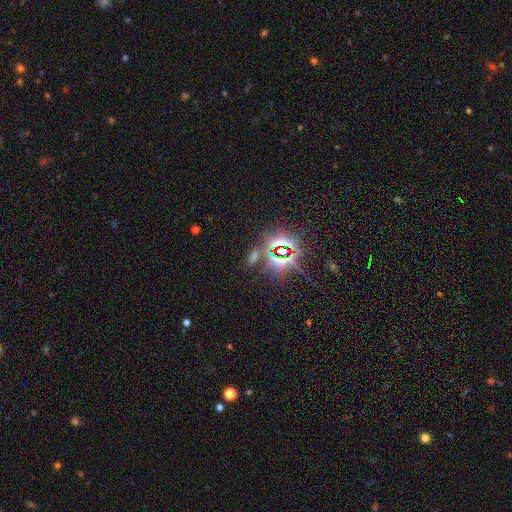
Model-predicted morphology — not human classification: Smooth or featured? star or artifact (79%)